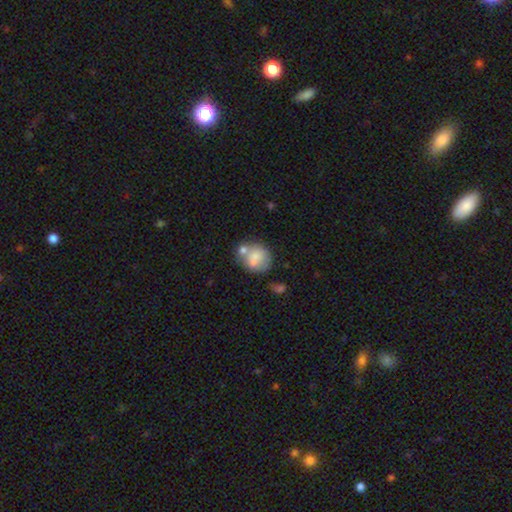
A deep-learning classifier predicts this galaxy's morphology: The model was most divided on "merging": none: 42%, merger: 32%, minor disturbance: 17%, major disturbance: 8%. More confident: how rounded — round (70%); smooth or featured — smooth (67%).